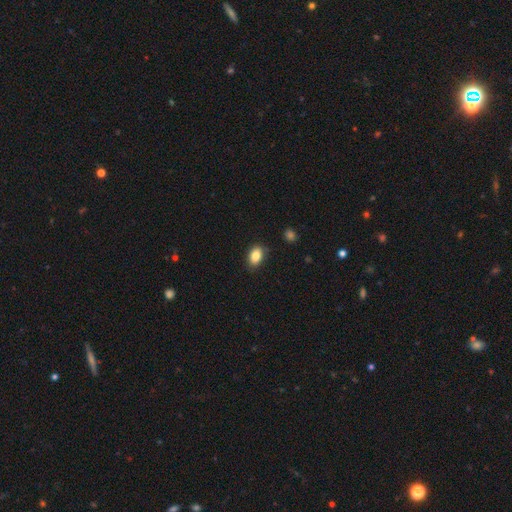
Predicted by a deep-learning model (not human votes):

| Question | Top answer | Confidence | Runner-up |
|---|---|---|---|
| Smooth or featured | smooth | 85% | star or artifact (8%) |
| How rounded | in between | 86% | round (13%) |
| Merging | none | 85% | minor disturbance (12%) |